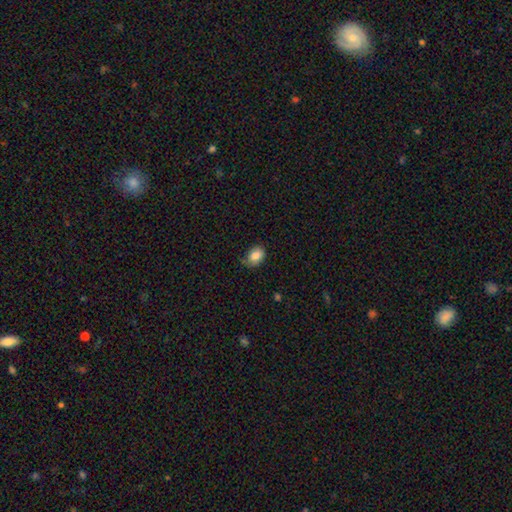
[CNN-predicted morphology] smooth-or-featured: smooth: 83% | featured or disk: 9% | star or artifact: 8%
  how-rounded: in between: 71% | round: 28% | cigar-shaped: 1%
  merging: none: 62% | minor disturbance: 29% | major disturbance: 8% | merger: 2%